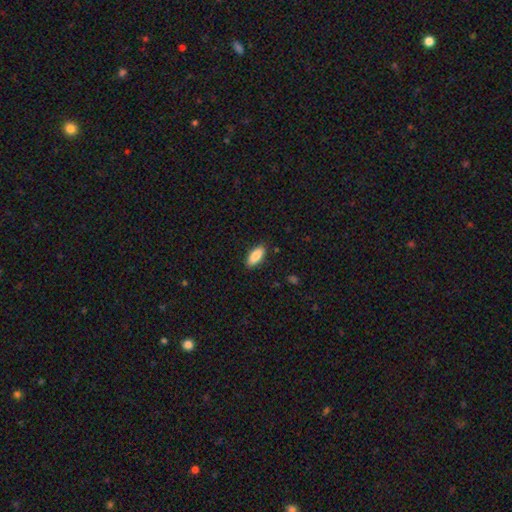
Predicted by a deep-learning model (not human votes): Morphology: type=smooth (86%); roundness=in between (84%); merging=none (88%).